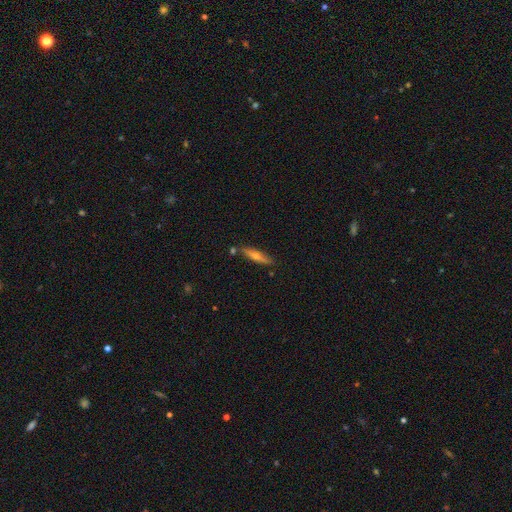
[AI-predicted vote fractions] Q: Smooth or featured?
A: featured or disk (51%); runner-up: smooth (42%)
Q: Edge-on disk?
A: yes (88%); runner-up: no (12%)
Q: Merging?
A: none (81%); runner-up: minor disturbance (12%)